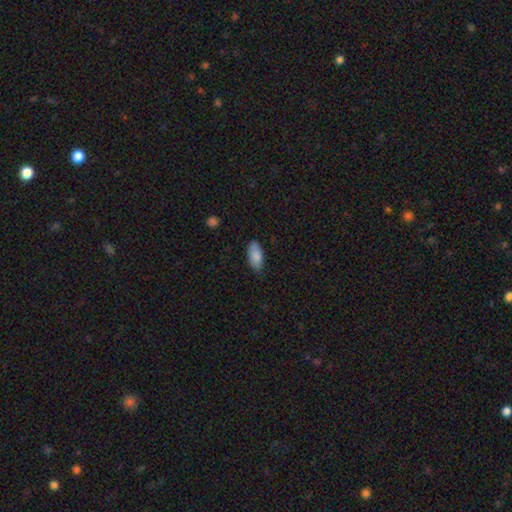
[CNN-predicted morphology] smooth 87%, star or artifact 6%, featured or disk 6%. Down the decision tree: how rounded — in between (90%); merging — none (77%).